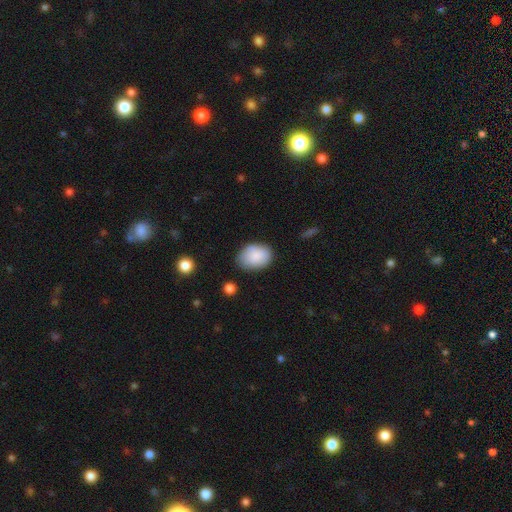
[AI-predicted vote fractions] smooth_or_featured: smooth (p=0.86) [alt: featured or disk p=0.07]
how_rounded: in between (p=0.69) [alt: round p=0.30]
merging: none (p=0.71) [alt: minor disturbance p=0.22]